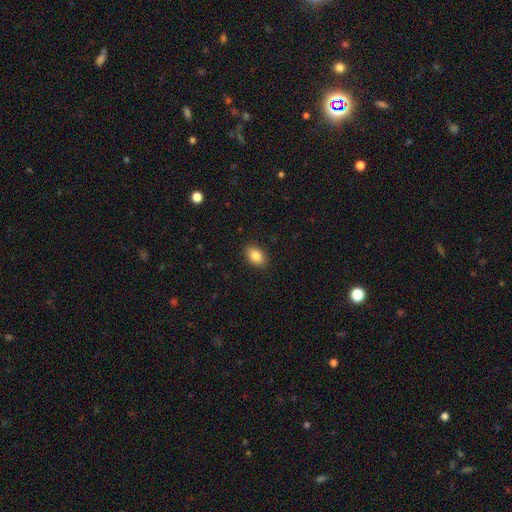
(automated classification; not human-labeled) This appears to be a smooth galaxy with no disk features (84%) that is in between round and cigar-shaped (86%). Merging: none (89%).